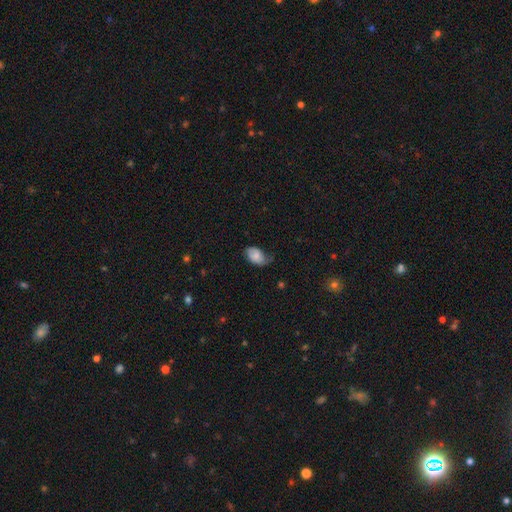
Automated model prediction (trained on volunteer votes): A smooth galaxy with no disk features (69%) that is in between round and cigar-shaped (89%).

Vote fractions:
- Smooth or featured? smooth: 69% / featured or disk: 23% / star or artifact: 8%
- How rounded? in between: 89% / round: 10% / cigar-shaped: 1%
- Merging? minor disturbance: 40% (tied) / none: 40% (tied) / major disturbance: 18% / merger: 2%